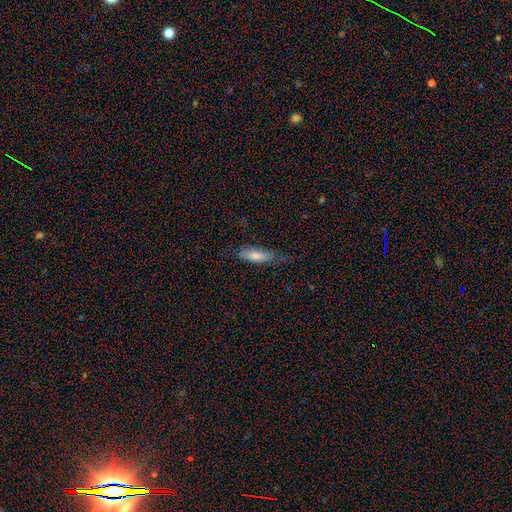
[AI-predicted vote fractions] Smooth or featured? Predicted: smooth (p=0.76). How rounded? Predicted: in between (p=0.56). Merging? Predicted: none (p=0.52).